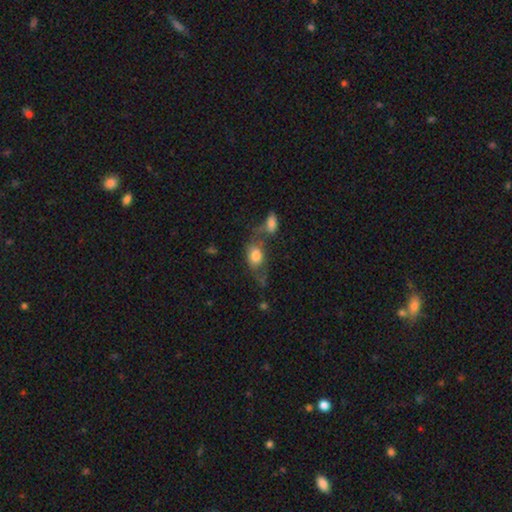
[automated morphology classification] Overall: smooth (75%). How rounded: in between (79%). Merging: none (34%; merger 30%).